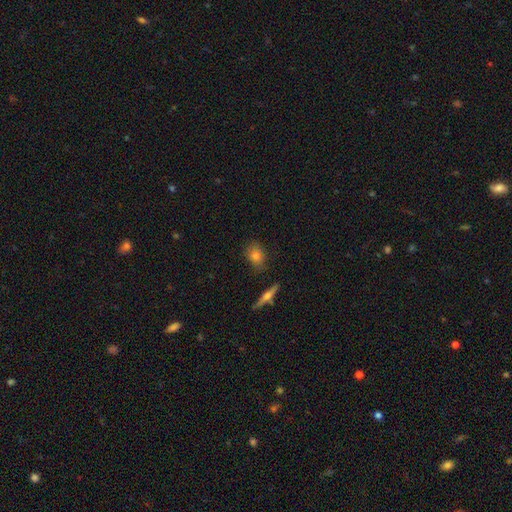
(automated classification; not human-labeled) Overall: smooth (74%). How rounded: in between (55%; round 40%). Merging: none (80%).